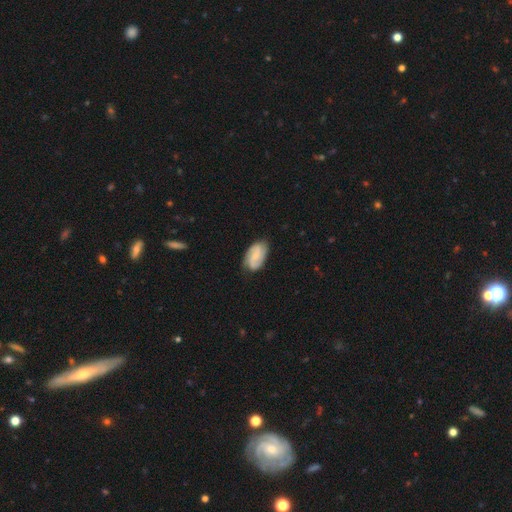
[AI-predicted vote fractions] Overall: featured or disk (61%; smooth 33%). Edge-on disk: no (97%). Bar: weak (45%; no 40%). Spiral arms: yes (93%). Spiral arm count: 2 (69%). Spiral winding: medium (44%; tight 31%). Bulge size: small (47%; none 31%). Merging: none (77%).